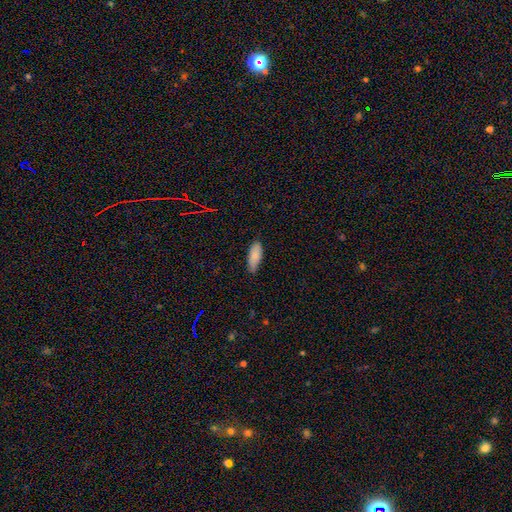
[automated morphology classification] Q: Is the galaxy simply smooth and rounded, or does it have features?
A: smooth — 84%.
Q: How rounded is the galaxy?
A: in between — 76%.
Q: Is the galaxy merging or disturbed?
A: none — 80%.